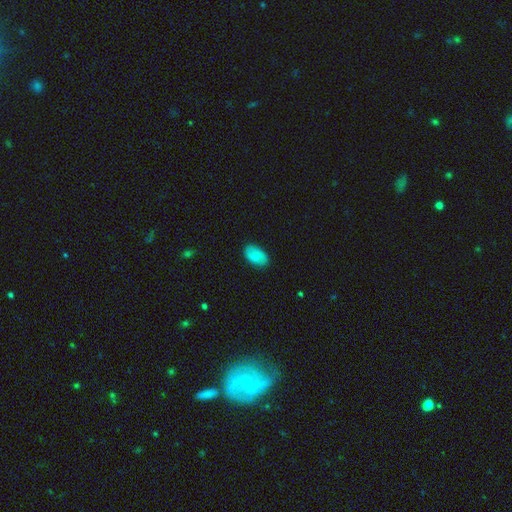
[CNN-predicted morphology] Smooth or featured?
  - smooth: 74% *
  - featured or disk: 19%
  - star or artifact: 7%
How rounded?
  - in between: 93% *
  - round: 6%
  - cigar-shaped: 2%
Merging?
  - none: 85% *
  - minor disturbance: 12%
  - major disturbance: 2%
  - merger: 1%